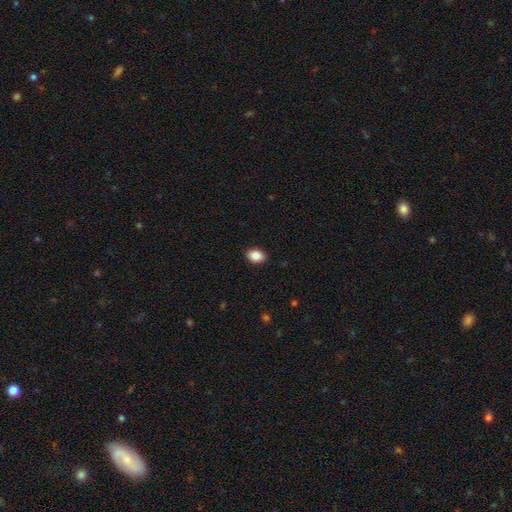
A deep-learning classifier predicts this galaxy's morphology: type=smooth (89%); roundness=in between (78%); merging=none (90%).